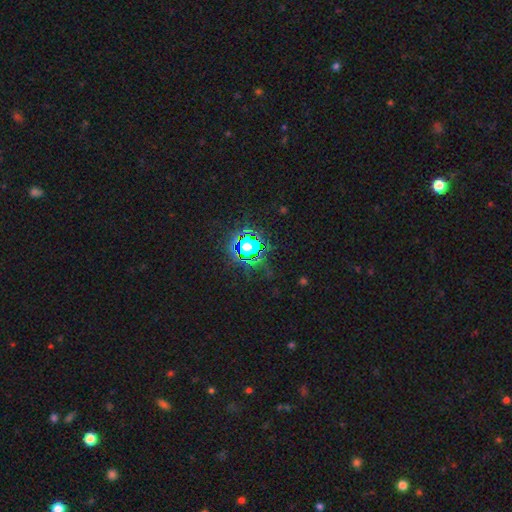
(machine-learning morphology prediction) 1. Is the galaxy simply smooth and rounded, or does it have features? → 82% star or artifact, 11% smooth, 6% featured or disk.